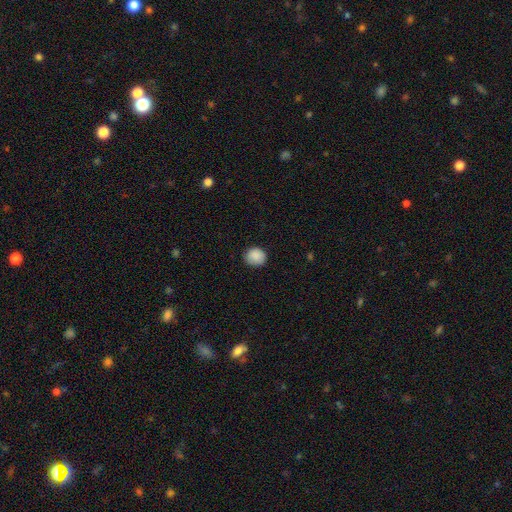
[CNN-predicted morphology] Smooth or featured? smooth (89%)
How rounded? round (79%)
Merging? none (85%)